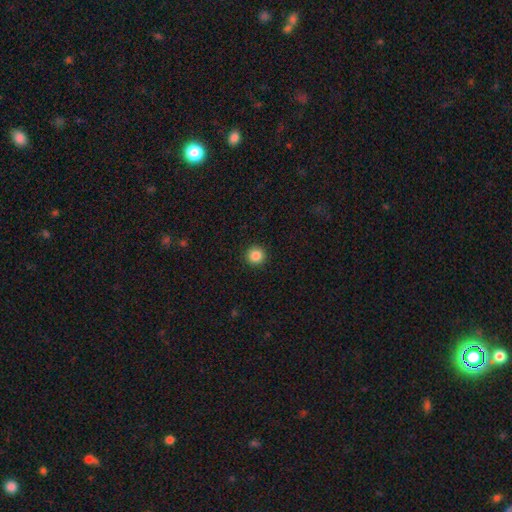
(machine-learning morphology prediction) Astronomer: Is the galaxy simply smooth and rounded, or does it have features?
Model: smooth — 87%.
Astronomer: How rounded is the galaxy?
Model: round — 96%.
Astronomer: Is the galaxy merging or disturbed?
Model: none — 93%.